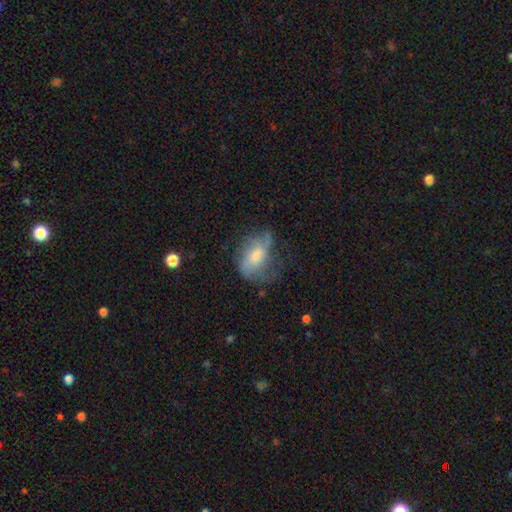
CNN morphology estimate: A featured or disk galaxy (53%) with no bar (54%), spiral arms (68%) and a moderate central bulge (47%).

Vote fractions:
- Smooth or featured? featured or disk: 53% / smooth: 37% / star or artifact: 10%
- Edge-on disk? no: 94% / yes: 6%
- Bar? no: 54% / weak: 37% / strong: 9%
- Spiral arms? yes: 68% / no: 32%
- Bulge size? moderate: 47% / small: 40% / none: 6% / large: 5% / dominant: 1%
- Merging? none: 44% / minor disturbance: 30% / major disturbance: 25% / merger: 2%